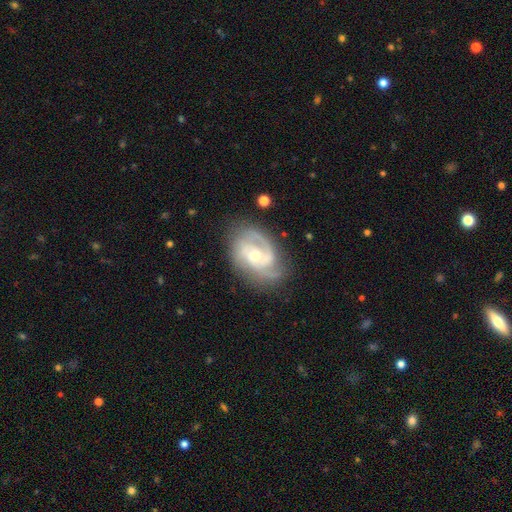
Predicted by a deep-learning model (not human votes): The model was most divided on "spiral winding" (2-way tie): tight: 44%, medium: 44%, loose: 11%. Remaining: edge-on disk — no (97%); spiral arms — yes (96%); smooth or featured — featured or disk (87%); merging — none (69%); bar — no (60%); bulge size — moderate (49%); spiral arm count — 2 (39%).